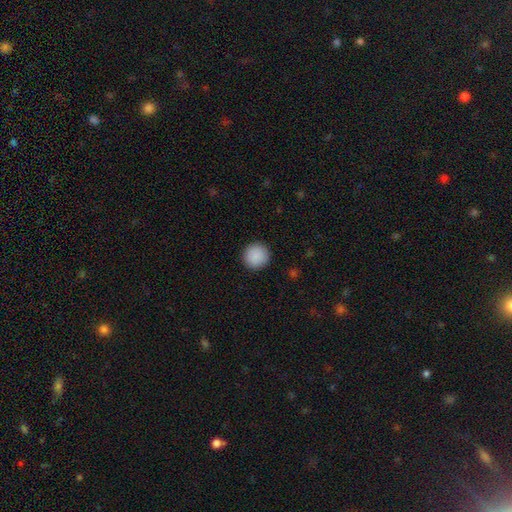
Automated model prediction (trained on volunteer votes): A smooth galaxy with no disk features (90%) that is round (95%).

Vote fractions:
- Smooth or featured? smooth: 90% / star or artifact: 8% / featured or disk: 3%
- How rounded? round: 95% / in between: 4% / cigar-shaped: 1%
- Merging? none: 93% / minor disturbance: 5% / major disturbance: 2% / merger: 1%